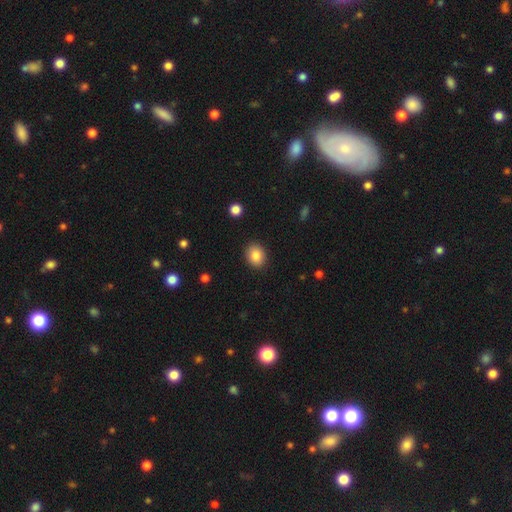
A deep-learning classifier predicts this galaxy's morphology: Smooth or featured?
  - smooth: 84% *
  - star or artifact: 9%
  - featured or disk: 7%
How rounded?
  - round: 53% *
  - in between: 47%
  - cigar-shaped: 1%
Merging?
  - none: 90% *
  - minor disturbance: 7%
  - major disturbance: 2%
  - merger: 1%